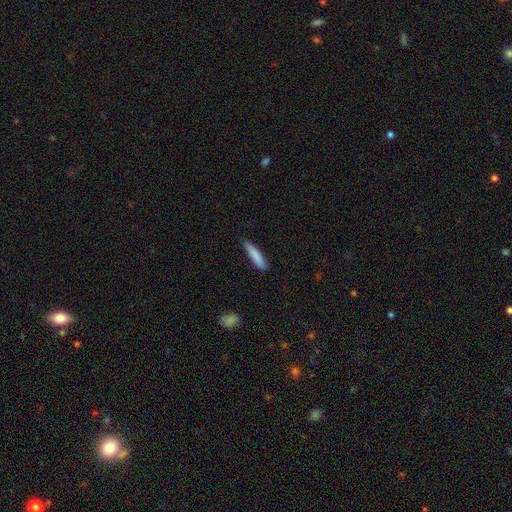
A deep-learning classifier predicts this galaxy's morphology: Smooth or featured: smooth — 85% (featured or disk — 9%)
How rounded: cigar-shaped — 83% (in between — 16%)
Merging: none — 82% (minor disturbance — 15%)